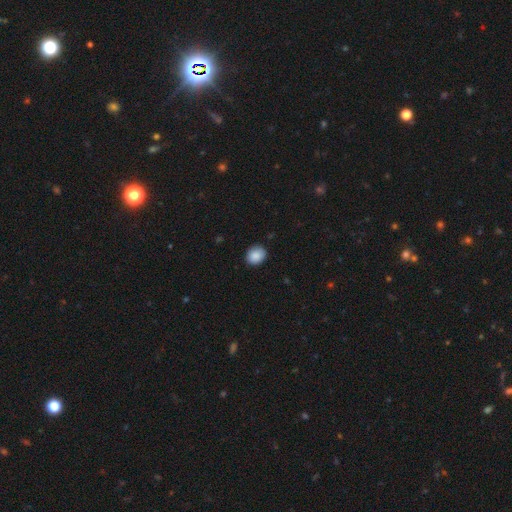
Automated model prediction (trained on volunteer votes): Smooth or featured? smooth (89%)
How rounded? round (57%)
Merging? none (88%)